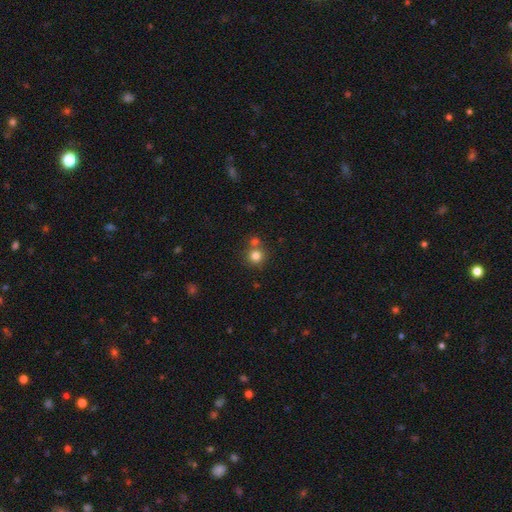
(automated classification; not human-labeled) A smooth galaxy with no disk features (80%) that is round (92%). Merging: none (64%).